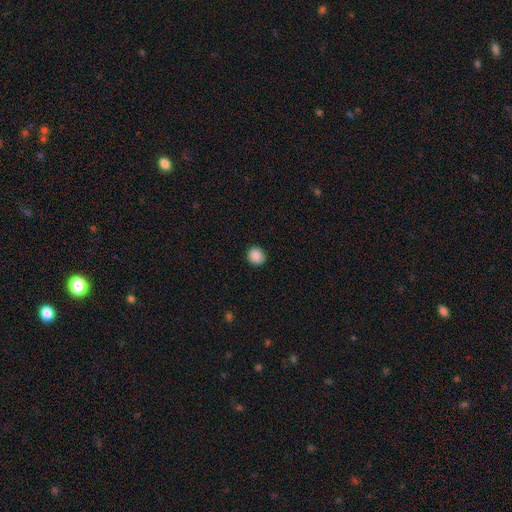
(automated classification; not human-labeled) Overall: smooth (89%). How rounded: round (76%). Merging: none (90%).